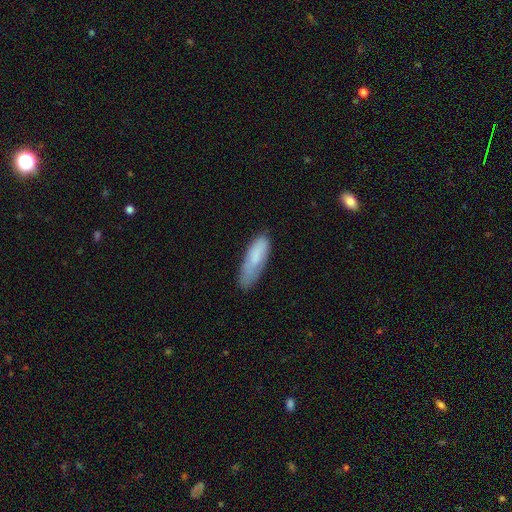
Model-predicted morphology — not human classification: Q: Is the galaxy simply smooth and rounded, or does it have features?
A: smooth — 79%.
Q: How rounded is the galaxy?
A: in between — 50%.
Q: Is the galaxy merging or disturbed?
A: none — 58%.